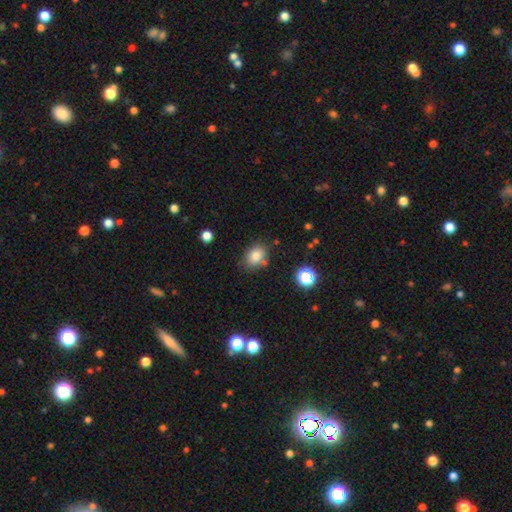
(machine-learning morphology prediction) Overall: smooth (82%). How rounded: in between (74%). Merging: none (73%).